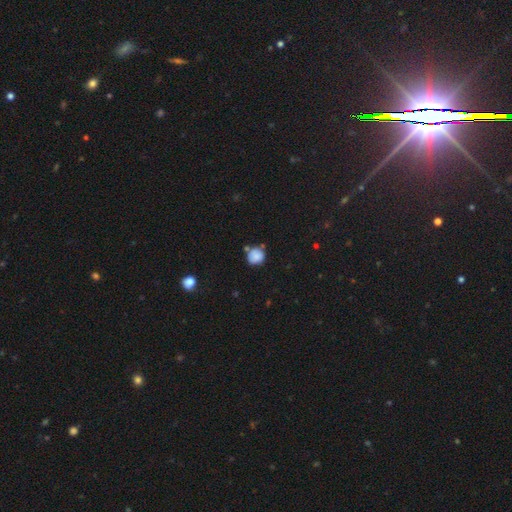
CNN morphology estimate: Q: Smooth or featured?
A: smooth (82%); runner-up: star or artifact (10%)
Q: How rounded?
A: round (86%); runner-up: in between (13%)
Q: Merging?
A: none (59%); runner-up: minor disturbance (22%)